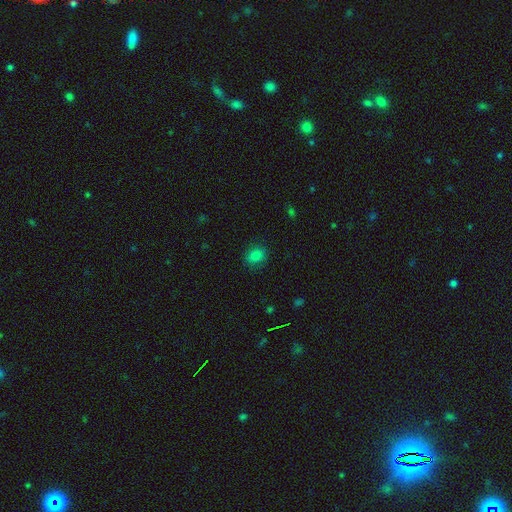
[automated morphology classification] A smooth galaxy with no disk features (83%) that is in between round and cigar-shaped (60%). Merging: none (84%).